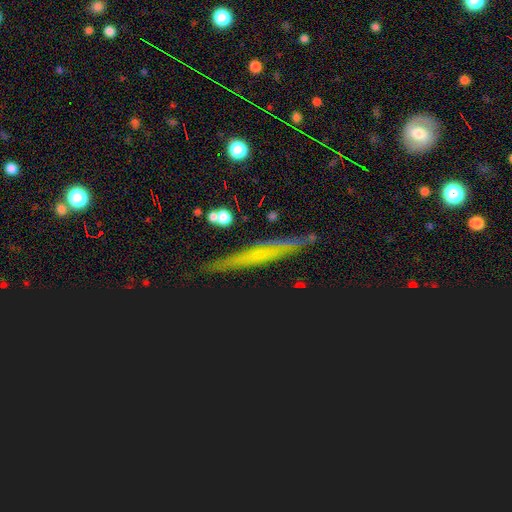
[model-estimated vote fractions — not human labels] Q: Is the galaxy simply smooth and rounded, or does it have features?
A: featured or disk — 37%.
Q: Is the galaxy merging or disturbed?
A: none — 85%.